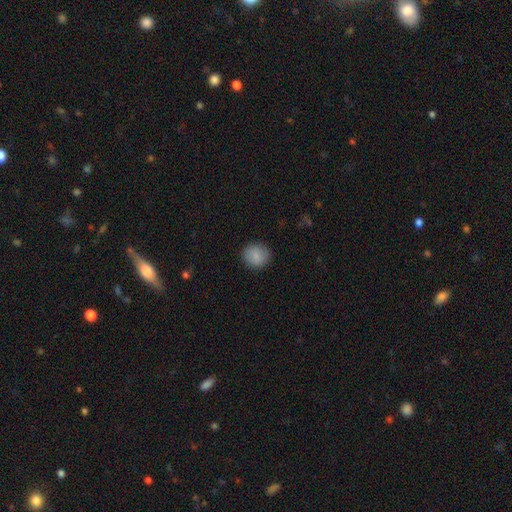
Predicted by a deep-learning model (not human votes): Smooth or featured? Predicted: smooth (p=0.86). How rounded? Predicted: round (p=0.86). Merging? Predicted: none (p=0.88).